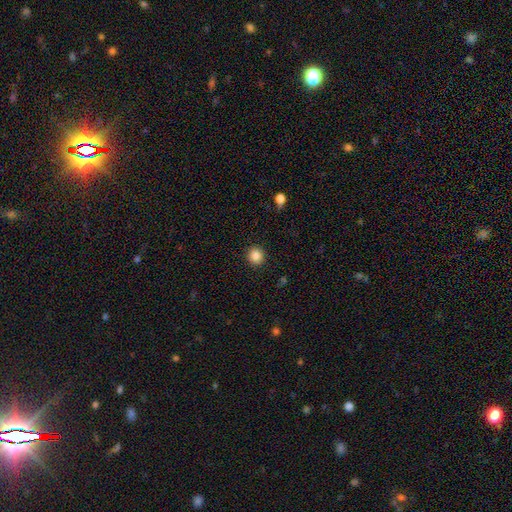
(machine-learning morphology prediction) smooth_or_featured: smooth (p=0.86) [alt: star or artifact p=0.10]
how_rounded: round (p=0.91) [alt: in between p=0.08]
merging: none (p=0.92) [alt: minor disturbance p=0.05]